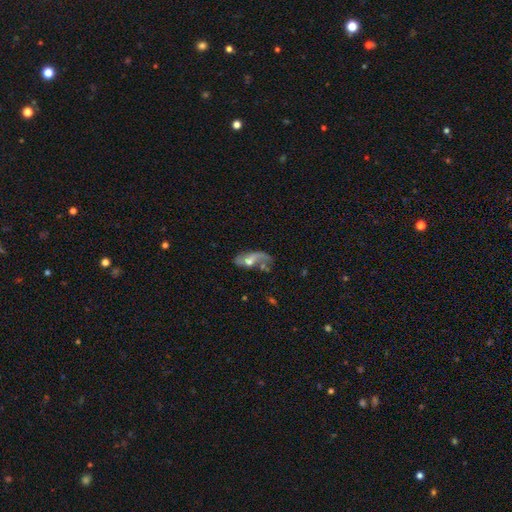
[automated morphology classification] A featured or disk galaxy (60%) with no bar (65%), spiral arms (71%) and a moderate central bulge (47%). Merging: none (37%).